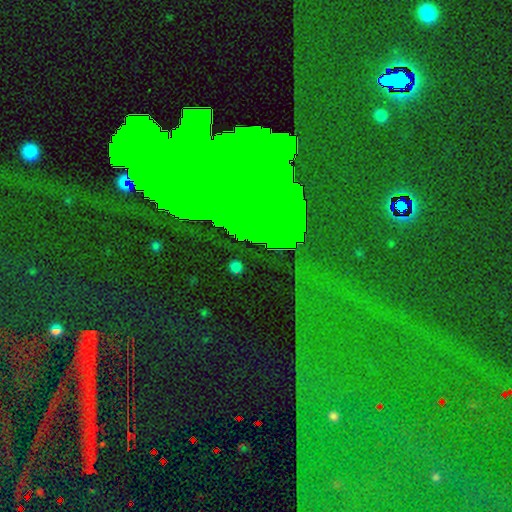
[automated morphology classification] A star or artifact, not a galaxy (81%).